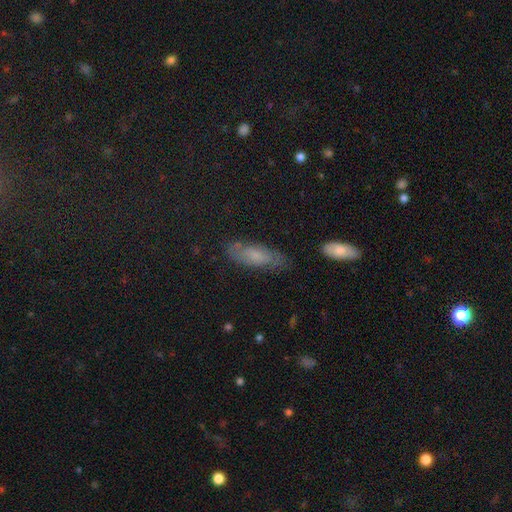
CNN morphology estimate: A smooth galaxy with no disk features (56%) that is in between round and cigar-shaped (74%).

Vote fractions:
- Smooth or featured? smooth: 56% / featured or disk: 31% / star or artifact: 13%
- How rounded? in between: 74% / cigar-shaped: 23% / round: 3%
- Merging? none: 70% / minor disturbance: 21% / major disturbance: 6% / merger: 2%